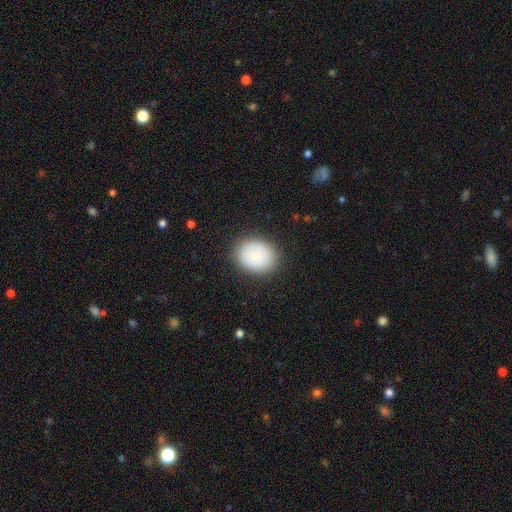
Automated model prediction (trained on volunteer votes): Smooth or featured: smooth — 78% (featured or disk — 15%)
How rounded: round — 53% (in between — 46%)
Merging: none — 86% (minor disturbance — 10%)